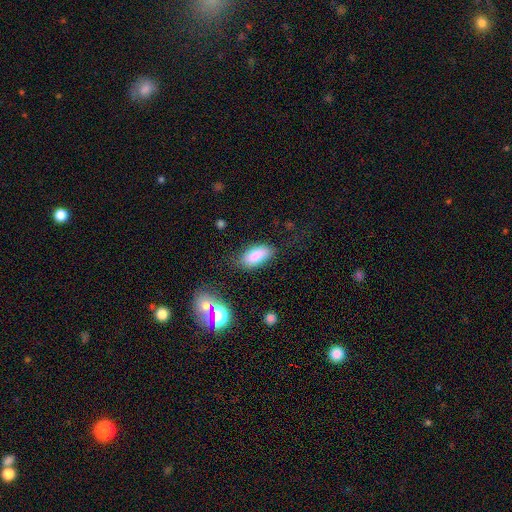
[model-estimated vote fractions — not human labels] smooth-or-featured: smooth: 84% | star or artifact: 8% | featured or disk: 8%
  how-rounded: in between: 87% | cigar-shaped: 10% | round: 3%
  merging: none: 74% | minor disturbance: 17% | major disturbance: 6% | merger: 3%